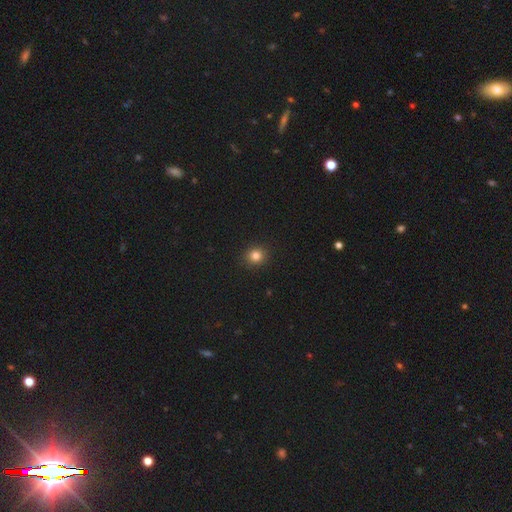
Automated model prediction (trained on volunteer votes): Smooth or featured: smooth — 82% (star or artifact — 13%)
How rounded: round — 88% (in between — 11%)
Merging: none — 92% (minor disturbance — 5%)